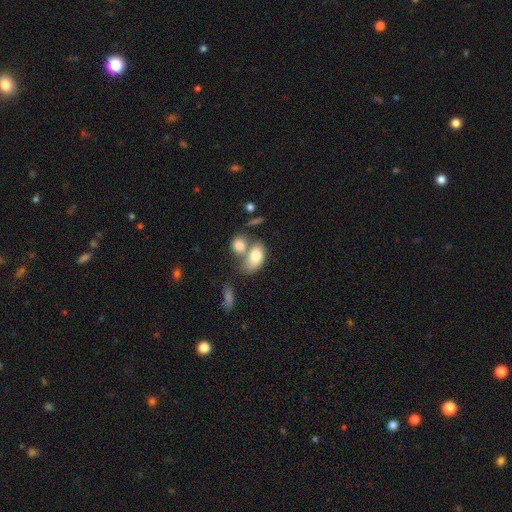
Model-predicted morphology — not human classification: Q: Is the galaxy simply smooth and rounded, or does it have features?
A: smooth — 75%.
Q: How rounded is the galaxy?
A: in between — 85%.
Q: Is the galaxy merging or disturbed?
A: merger — 52%.